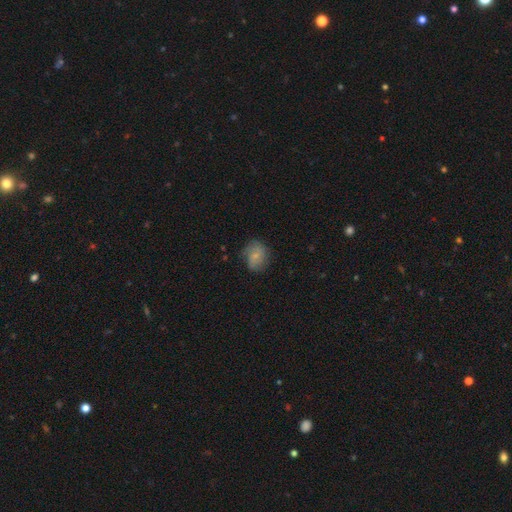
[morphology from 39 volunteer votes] Overall: smooth (72%). How rounded: round (64%; in between 29%). Merging: none (61%; minor disturbance 33%).